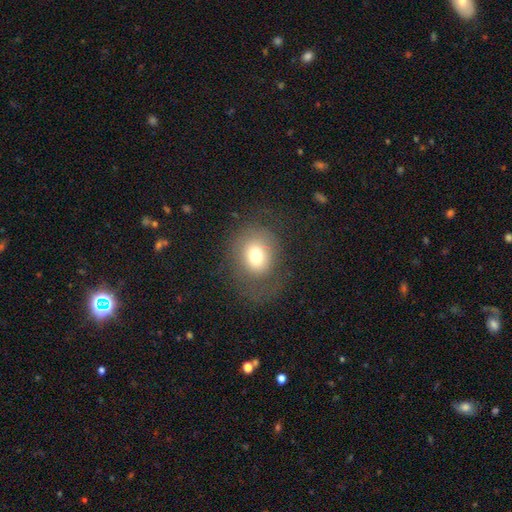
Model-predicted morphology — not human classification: smooth 68%, featured or disk 20%, star or artifact 12%. Down the decision tree: how rounded — round (57%); merging — none (56%).